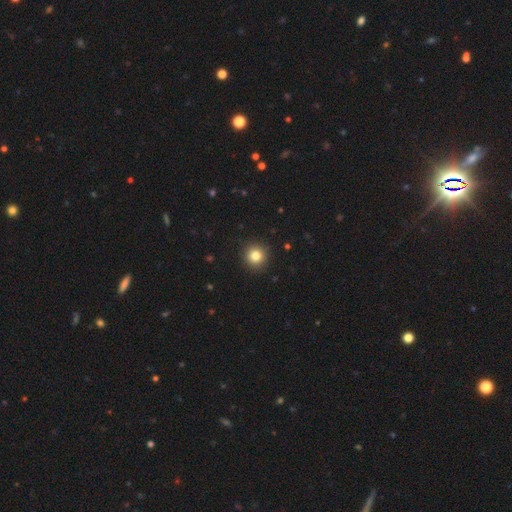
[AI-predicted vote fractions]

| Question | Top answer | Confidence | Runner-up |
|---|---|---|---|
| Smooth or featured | smooth | 82% | star or artifact (12%) |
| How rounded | round | 94% | in between (5%) |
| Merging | none | 92% | minor disturbance (5%) |